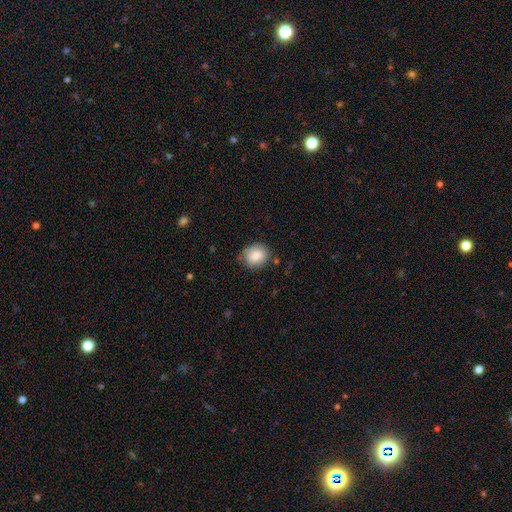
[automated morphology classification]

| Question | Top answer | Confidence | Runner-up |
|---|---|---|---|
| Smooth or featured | smooth | 84% | featured or disk (9%) |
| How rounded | round | 60% | in between (39%) |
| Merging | none | 74% | minor disturbance (20%) |